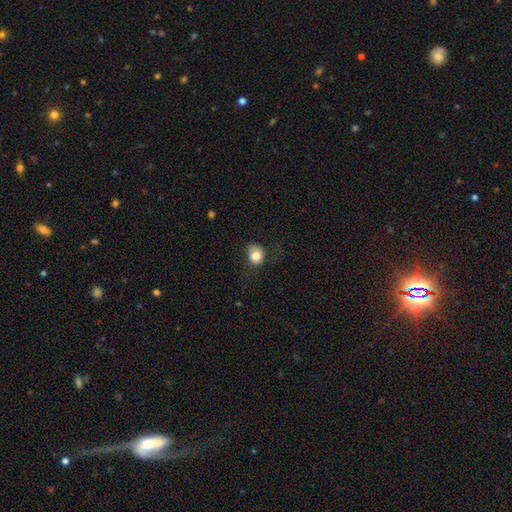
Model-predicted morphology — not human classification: The model was most divided on "merging": none: 54%, minor disturbance: 28%, major disturbance: 16%, merger: 2%. More confident: smooth or featured — smooth (80%); how rounded — round (66%).